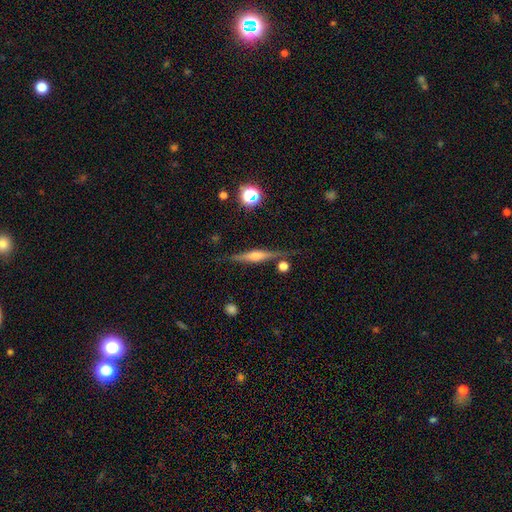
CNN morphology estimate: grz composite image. It shows a featured or disk galaxy (73%) viewed edge-on (97%) with a rounded central bulge (81%). Merging: none (82%).